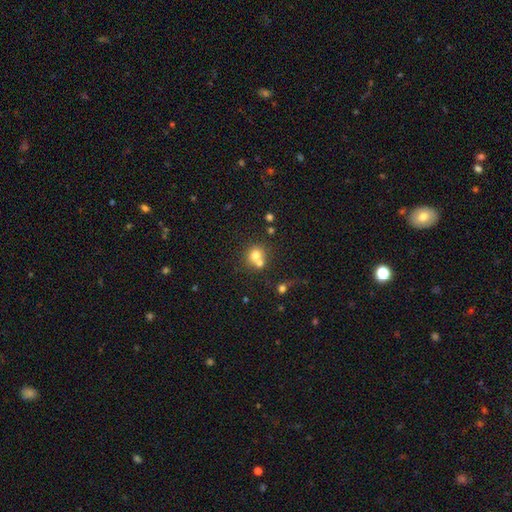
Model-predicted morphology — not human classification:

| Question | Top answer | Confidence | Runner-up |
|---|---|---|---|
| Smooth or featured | smooth | 72% | featured or disk (15%) |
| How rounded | round | 83% | in between (17%) |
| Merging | merger | 46% | none (43%) |